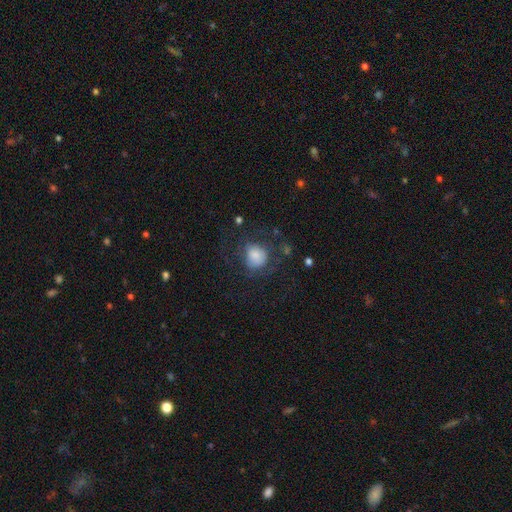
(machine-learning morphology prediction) Smooth or featured? Predicted: smooth (p=0.70). How rounded? Predicted: round (p=0.74). Merging? Predicted: none (p=0.54).